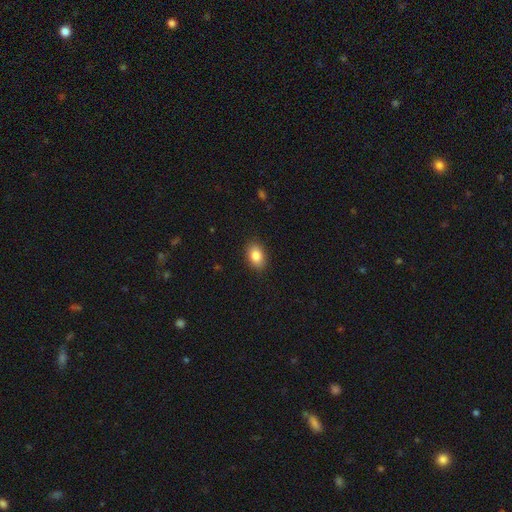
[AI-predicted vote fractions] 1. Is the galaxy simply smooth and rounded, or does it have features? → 85% smooth, 8% star or artifact, 7% featured or disk.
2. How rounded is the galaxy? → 84% in between, 15% round, 1% cigar-shaped.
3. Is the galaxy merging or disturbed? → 89% none, 8% minor disturbance, 2% major disturbance, 1% merger.